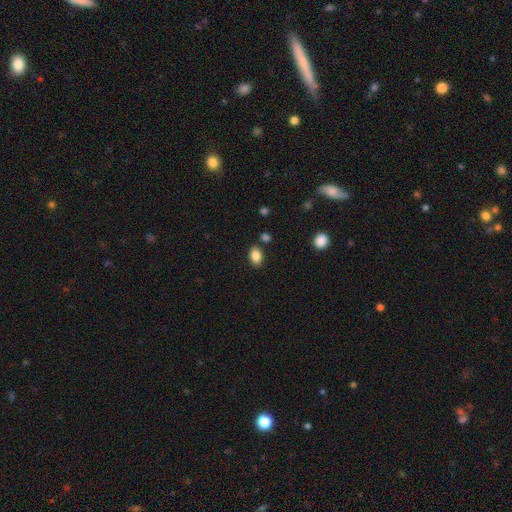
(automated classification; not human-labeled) smooth-or-featured: smooth: 86% | star or artifact: 9% | featured or disk: 5%
  how-rounded: in between: 80% | round: 18% | cigar-shaped: 1%
  merging: none: 81% | minor disturbance: 11% | merger: 6% | major disturbance: 3%